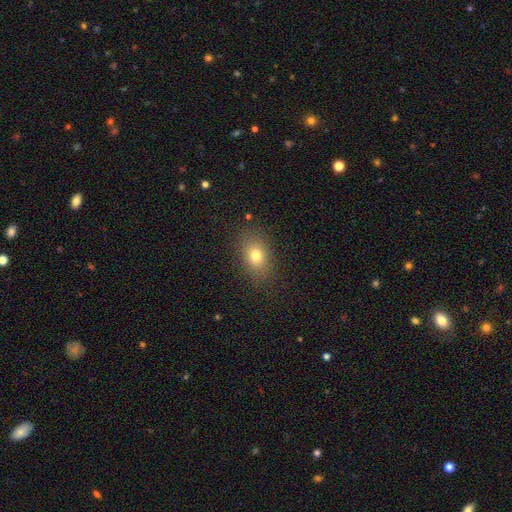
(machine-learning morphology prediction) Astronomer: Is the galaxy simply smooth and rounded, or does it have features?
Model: smooth — 76%.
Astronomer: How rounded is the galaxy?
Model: in between — 70%.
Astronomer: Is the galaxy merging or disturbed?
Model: none — 84%.